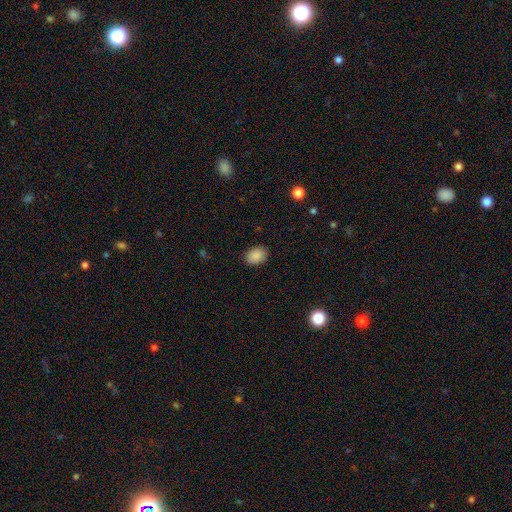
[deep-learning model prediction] This is clearly a smooth galaxy (89%). How rounded: likely in between (74%). Merging: clearly none (88%).